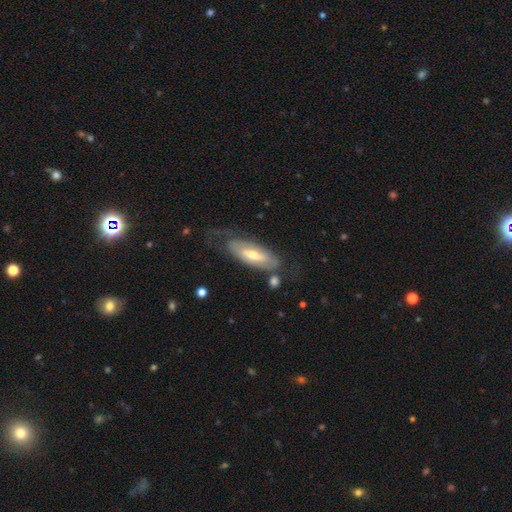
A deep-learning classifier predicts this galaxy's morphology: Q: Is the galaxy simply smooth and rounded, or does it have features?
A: featured or disk — 64%.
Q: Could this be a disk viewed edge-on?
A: no — 76%.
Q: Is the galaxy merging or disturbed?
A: none — 56%.